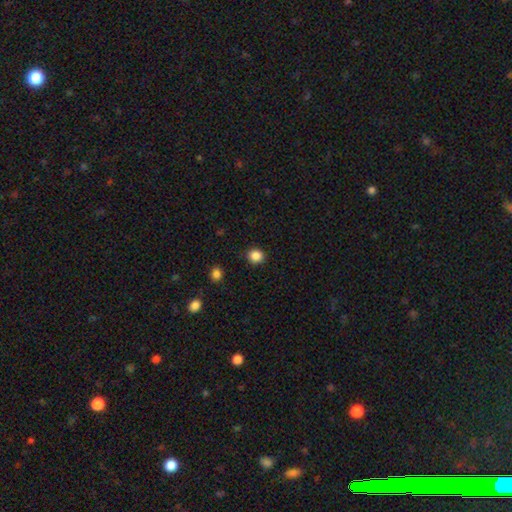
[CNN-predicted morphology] A smooth galaxy with no disk features (86%) that is round (87%).

Vote fractions:
- Smooth or featured? smooth: 86% / star or artifact: 11% / featured or disk: 3%
- How rounded? round: 87% / in between: 12% / cigar-shaped: 1%
- Merging? none: 91% / minor disturbance: 6% / major disturbance: 2% / merger: 1%